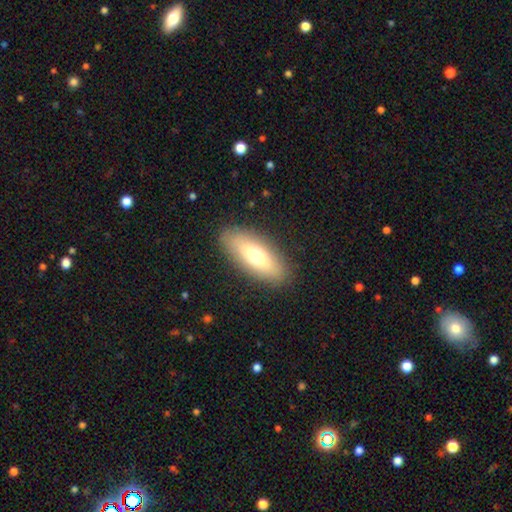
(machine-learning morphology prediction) smooth-or-featured: smooth: 66% | featured or disk: 27% | star or artifact: 7%
  how-rounded: in between: 71% | cigar-shaped: 26% | round: 3%
  merging: none: 88% | minor disturbance: 8% | major disturbance: 2% | merger: 1%